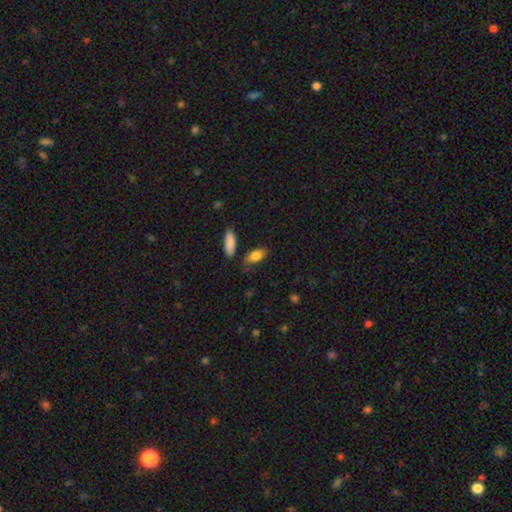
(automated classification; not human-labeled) smooth-or-featured: smooth: 83% | featured or disk: 10% | star or artifact: 7%
  how-rounded: in between: 83% | cigar-shaped: 13% | round: 4%
  merging: none: 69% | minor disturbance: 19% | merger: 6% | major disturbance: 6%